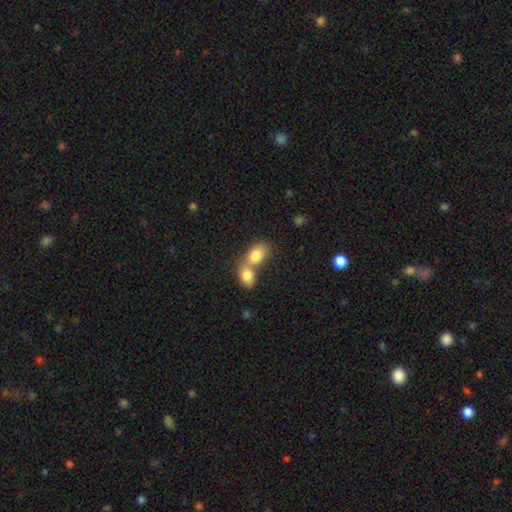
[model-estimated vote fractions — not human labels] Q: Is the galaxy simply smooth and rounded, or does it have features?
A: smooth — 82%.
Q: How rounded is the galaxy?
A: in between — 83%.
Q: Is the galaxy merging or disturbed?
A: merger — 70%.